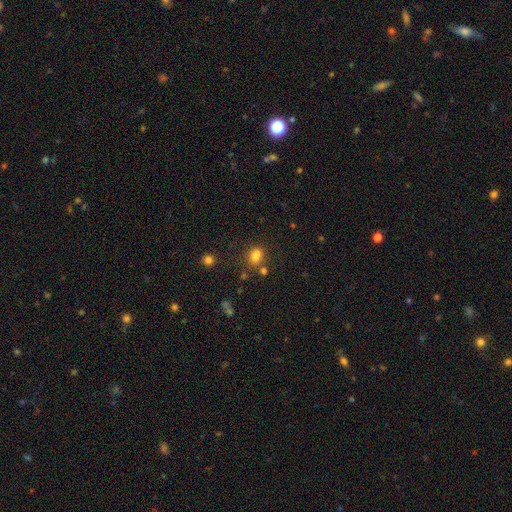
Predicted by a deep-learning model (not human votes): Smooth or featured: smooth — 80% (star or artifact — 14%)
How rounded: in between — 65% (round — 34%)
Merging: none — 66% (merger — 15%)